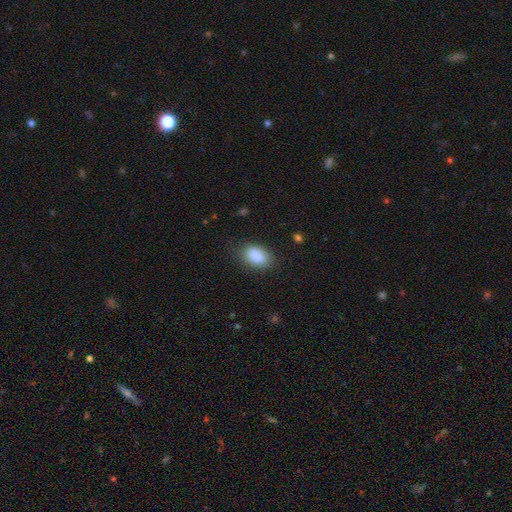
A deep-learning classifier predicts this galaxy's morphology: smooth-or-featured: smooth: 86% | star or artifact: 7% | featured or disk: 6%
  how-rounded: in between: 87% | round: 12% | cigar-shaped: 1%
  merging: none: 80% | minor disturbance: 15% | major disturbance: 4% | merger: 1%